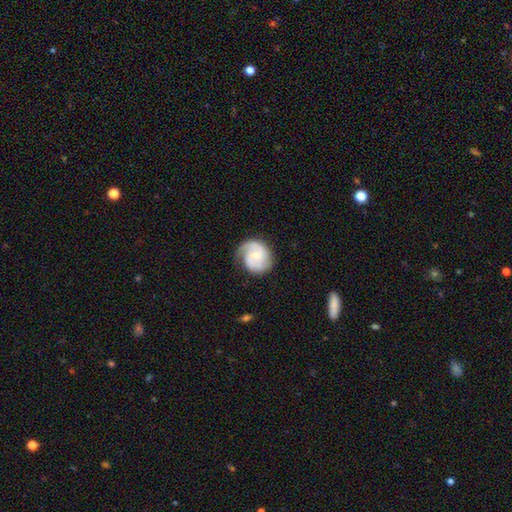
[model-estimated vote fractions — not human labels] Smooth or featured? Predicted: featured or disk (p=0.80). Edge-on disk? Predicted: no (p=0.98). Bar? Predicted: no (p=0.64). Spiral arms? Predicted: yes (p=0.96). Spiral winding? Predicted: tight (p=0.44). Spiral arm count? Predicted: 2 (p=0.68). Bulge size? Predicted: small (p=0.55). Merging? Predicted: none (p=0.71).